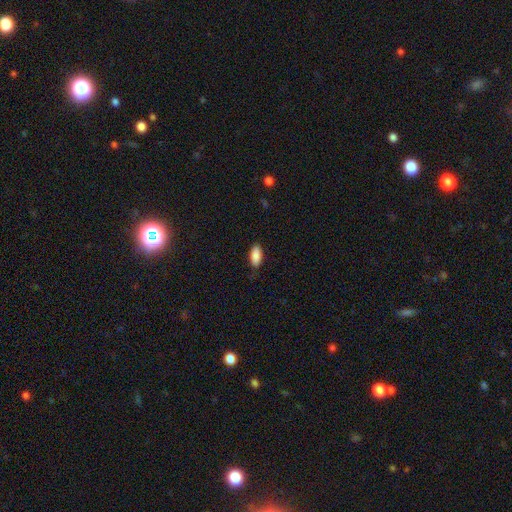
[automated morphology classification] The model was most divided on "merging": none: 81%, minor disturbance: 15%, major disturbance: 3%, merger: 1%. More confident: smooth or featured — smooth (89%); how rounded — in between (86%).